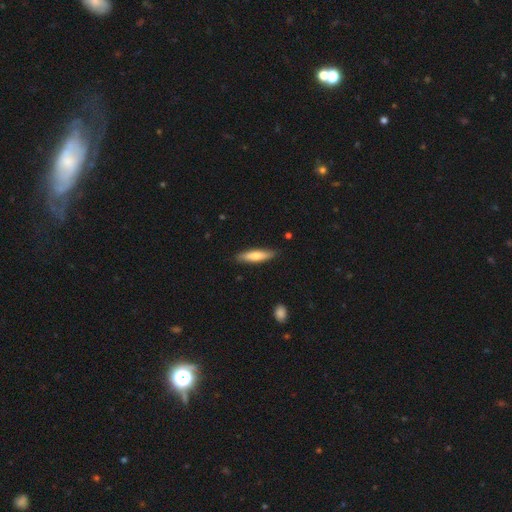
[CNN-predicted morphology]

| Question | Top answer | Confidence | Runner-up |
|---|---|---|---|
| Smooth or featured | smooth | 67% | featured or disk (28%) |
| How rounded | cigar-shaped | 76% | in between (23%) |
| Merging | none | 85% | minor disturbance (11%) |